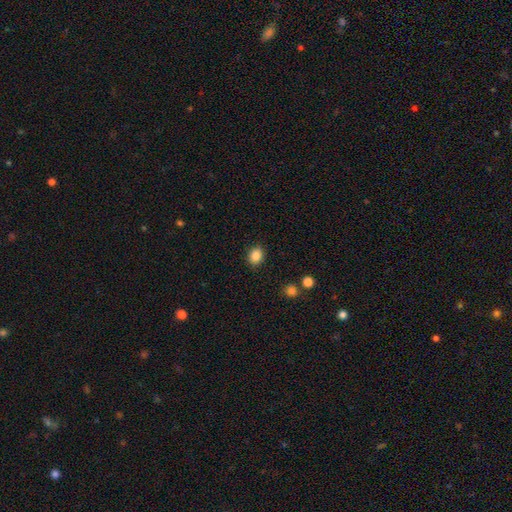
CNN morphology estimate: smooth_or_featured: smooth (p=0.87) [alt: star or artifact p=0.10]
how_rounded: in between (p=0.54) [alt: round p=0.46]
merging: none (p=0.88) [alt: minor disturbance p=0.08]